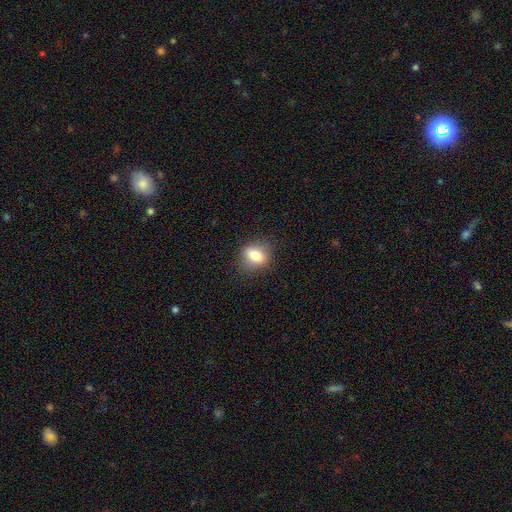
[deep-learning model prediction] Q: Smooth or featured?
A: smooth (75%); runner-up: featured or disk (16%)
Q: How rounded?
A: in between (54%); runner-up: round (41%)
Q: Merging?
A: none (84%); runner-up: minor disturbance (12%)